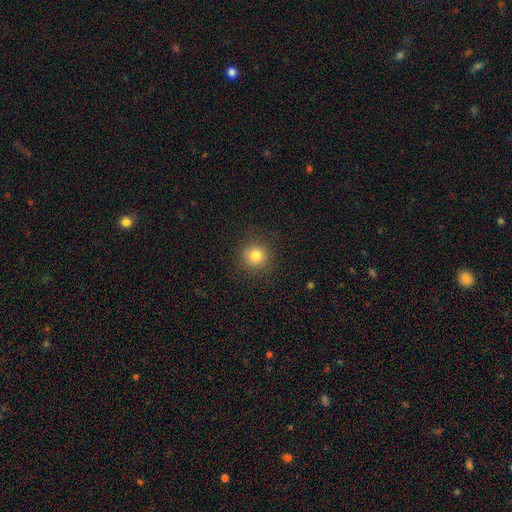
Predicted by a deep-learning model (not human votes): Smooth or featured? Predicted: smooth (p=0.80). How rounded? Predicted: round (p=0.92). Merging? Predicted: none (p=0.88).